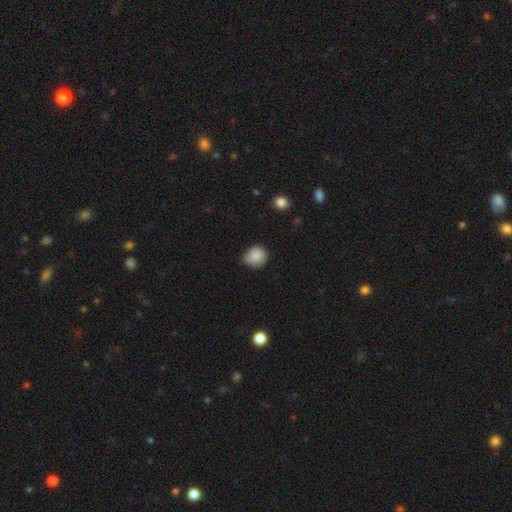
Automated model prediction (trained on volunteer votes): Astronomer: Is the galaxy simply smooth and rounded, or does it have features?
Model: smooth — 77%.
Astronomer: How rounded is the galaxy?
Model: round — 82%.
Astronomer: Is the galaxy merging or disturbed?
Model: none — 54% (runner-up: minor disturbance, 35%).